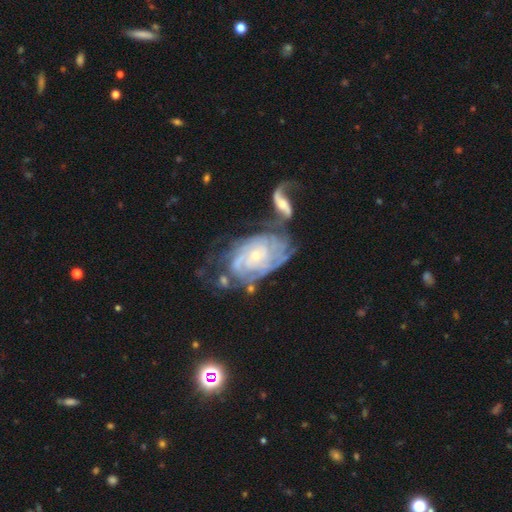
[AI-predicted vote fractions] Smooth or featured? Predicted: featured or disk (p=0.86). Edge-on disk? Predicted: no (p=0.96). Bar? Predicted: no (p=0.74). Spiral arms? Predicted: yes (p=0.95). Spiral winding? Predicted: tight (p=0.71). Spiral arm count? Predicted: can't tell (p=0.39). Bulge size? Predicted: small (p=0.73). Merging? Predicted: none (p=0.35).